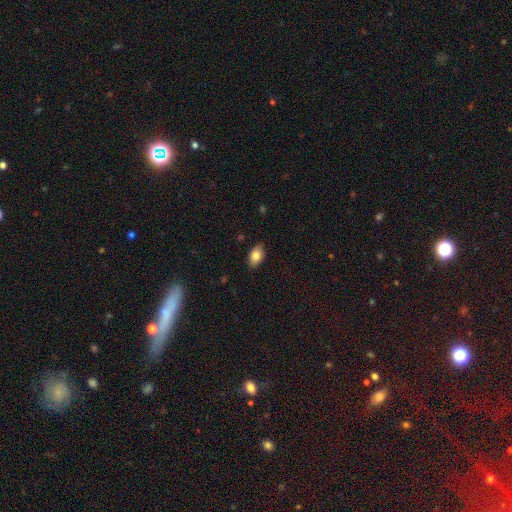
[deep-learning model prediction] smooth_or_featured: smooth (p=0.82) [alt: featured or disk p=0.10]
how_rounded: in between (p=0.90) [alt: round p=0.08]
merging: none (p=0.85) [alt: minor disturbance p=0.12]